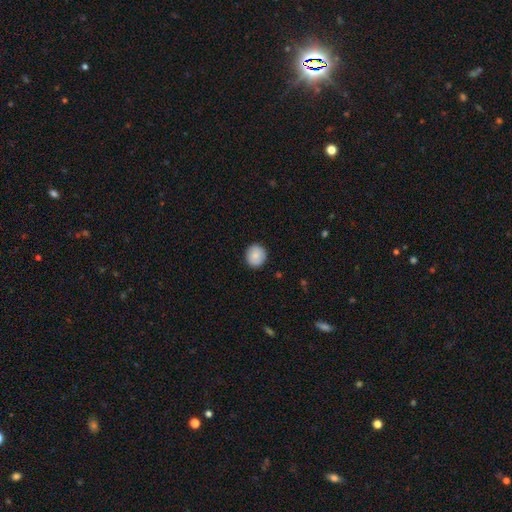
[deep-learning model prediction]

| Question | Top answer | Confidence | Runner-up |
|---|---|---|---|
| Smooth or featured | smooth | 86% | star or artifact (7%) |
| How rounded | round | 86% | in between (13%) |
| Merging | none | 90% | minor disturbance (7%) |